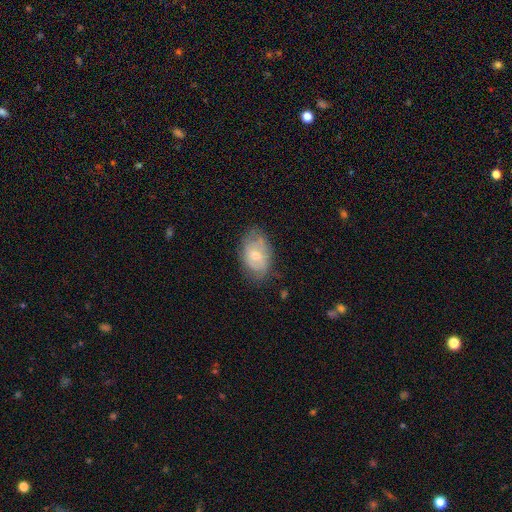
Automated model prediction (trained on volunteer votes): A featured or disk galaxy (47%). Merging: none (60%).